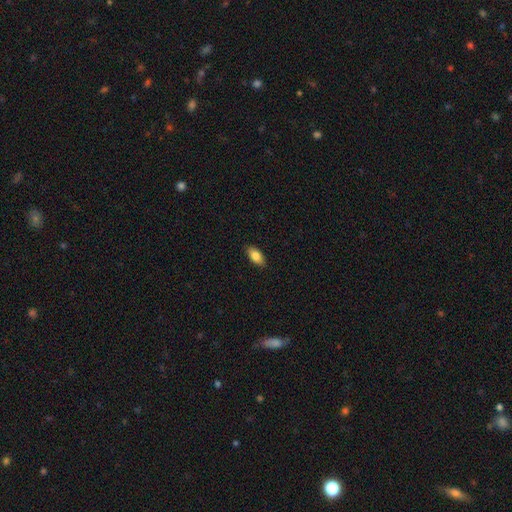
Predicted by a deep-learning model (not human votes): A smooth galaxy with no disk features (83%) that is in between round and cigar-shaped (91%). Merging: none (89%).